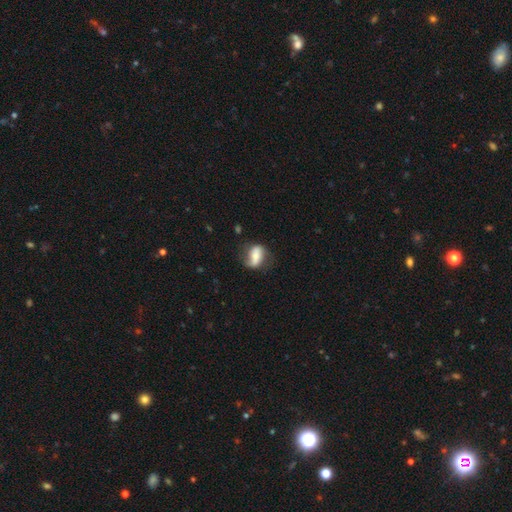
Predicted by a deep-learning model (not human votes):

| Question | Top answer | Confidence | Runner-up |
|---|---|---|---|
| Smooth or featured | smooth | 51% | featured or disk (41%) |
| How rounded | in between | 80% | round (13%) |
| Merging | none | 57% | minor disturbance (27%) |